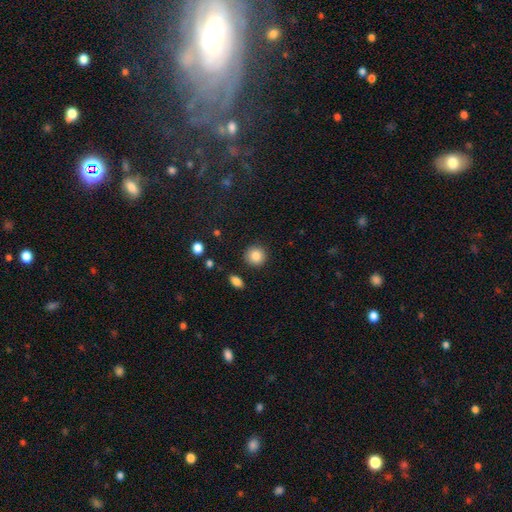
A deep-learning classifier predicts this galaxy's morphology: Smooth or featured?
  - smooth: 85% *
  - star or artifact: 9%
  - featured or disk: 6%
How rounded?
  - round: 92% *
  - in between: 8%
  - cigar-shaped: 1%
Merging?
  - none: 89% *
  - minor disturbance: 7%
  - major disturbance: 2%
  - merger: 2%